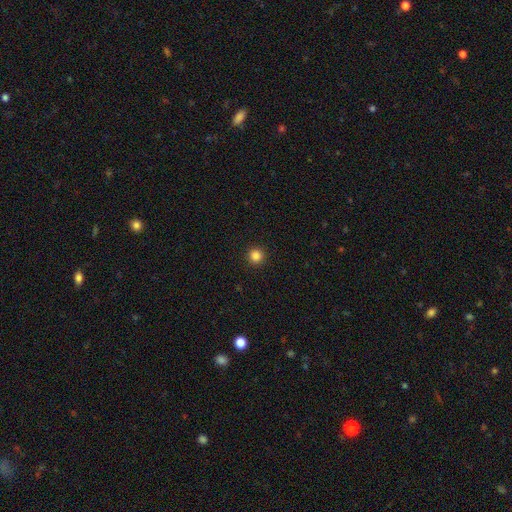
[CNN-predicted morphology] Overall: smooth (85%). How rounded: round (96%). Merging: none (94%).